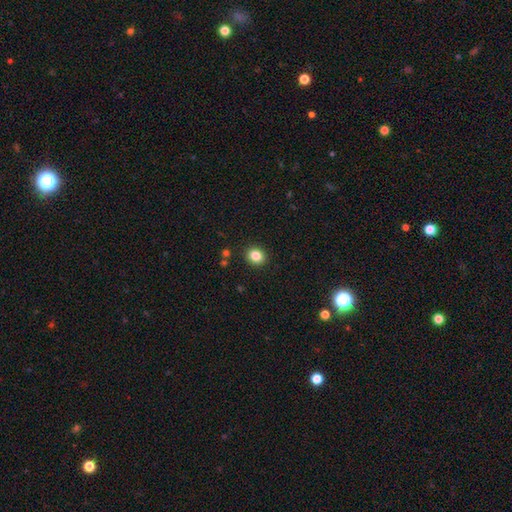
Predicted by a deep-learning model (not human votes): Smooth or featured? smooth (84%)
How rounded? round (76%)
Merging? none (91%)